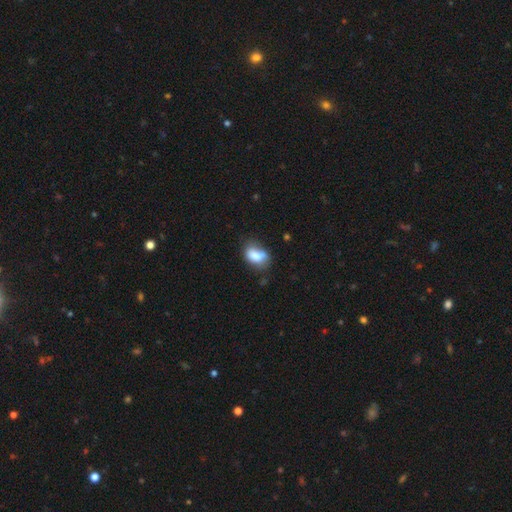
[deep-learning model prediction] Morphology: type=smooth (74%); roundness=in between (82%); merging=none (39%).